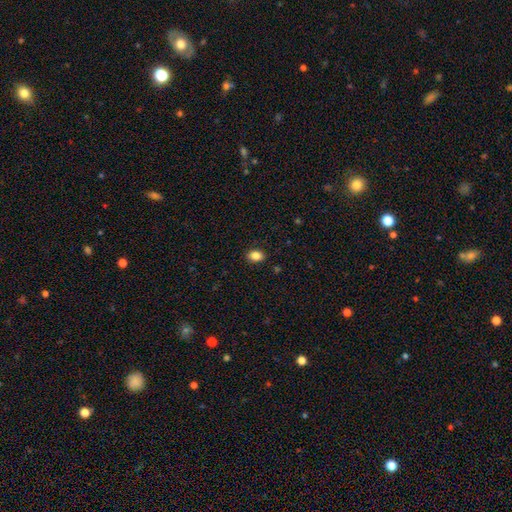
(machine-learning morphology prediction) A smooth galaxy with no disk features (86%) that is in between round and cigar-shaped (74%). Merging: none (89%).